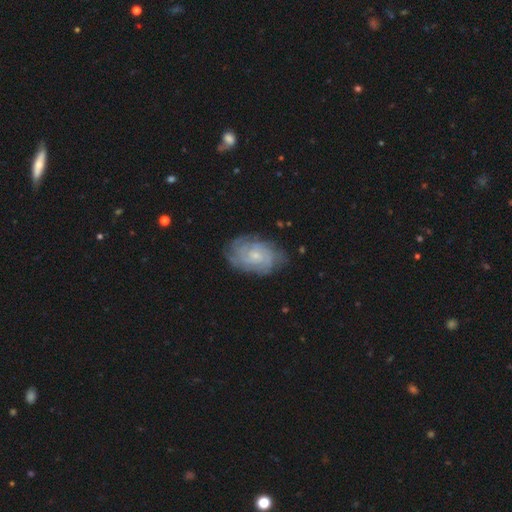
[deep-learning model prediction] smooth-or-featured: featured or disk: 76% | smooth: 17% | star or artifact: 7%
  disk-edge-on: no: 97% | yes: 3%
    bar: no: 71% | weak: 26% | strong: 4%
    has-spiral-arms: yes: 94% | no: 6%
      spiral-winding: tight: 72% | medium: 22% | loose: 6%
      spiral-arm-count: can't tell: 45% | 4: 15% | 2: 14% | 3: 13% | more than 4: 7% | 1: 6%
    bulge-size: small: 69% | moderate: 24% | none: 4% | large: 1% | dominant: 1%
  merging: none: 77% | minor disturbance: 17% | major disturbance: 5% | merger: 1%